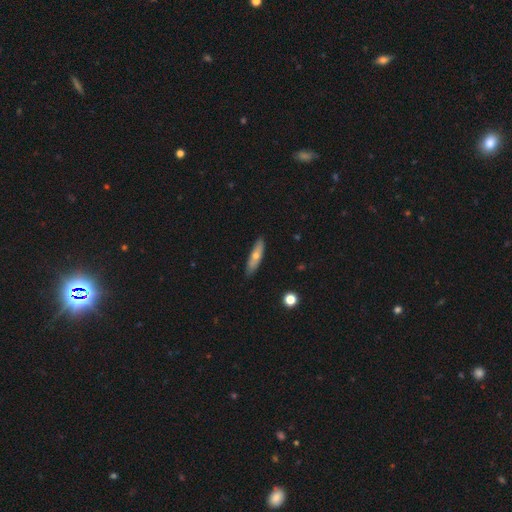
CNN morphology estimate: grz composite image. It shows a smooth galaxy with no disk features (59%) that is cigar-shaped (68%). Merging: none (86%).